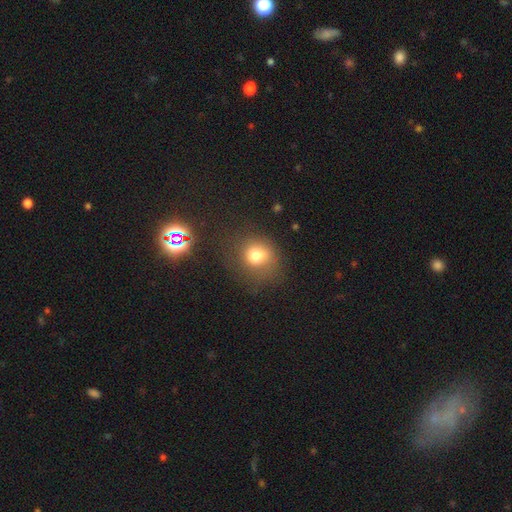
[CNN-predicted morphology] This is likely a smooth galaxy (74%). How rounded: likely round (78%). Merging: likely none (66%).